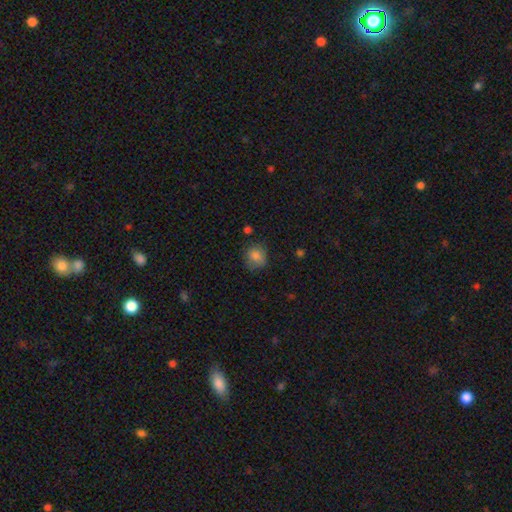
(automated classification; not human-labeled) Smooth or featured? smooth (84%)
How rounded? round (79%)
Merging? none (70%)